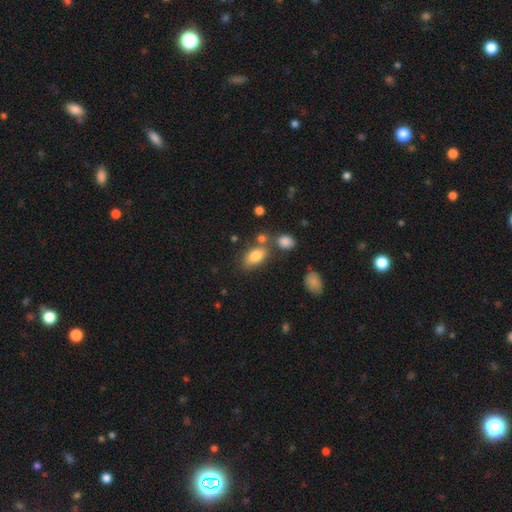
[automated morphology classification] This is clearly a smooth galaxy (81%). How rounded: clearly in between (88%). Merging: likely none (63%).